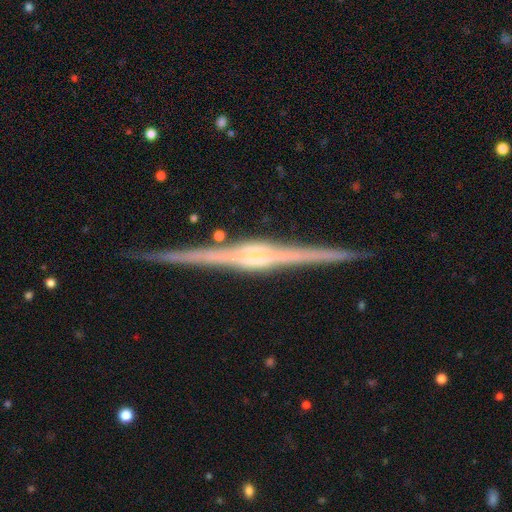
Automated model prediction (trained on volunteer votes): A featured or disk galaxy (91%) viewed edge-on (99%) with a boxy central bulge (45%).

Vote fractions:
- Smooth or featured? featured or disk: 91% / smooth: 5% / star or artifact: 5%
- Edge-on disk? yes: 99% / no: 1%
- Edge-on bulge? boxy: 45% / rounded: 44% / none: 11%
- Merging? none: 91% / minor disturbance: 6% / major disturbance: 1% / merger: 1%